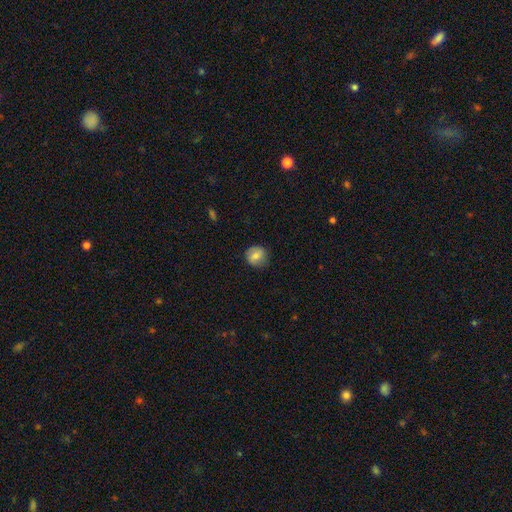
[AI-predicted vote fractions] Smooth or featured?
  - smooth: 75% *
  - featured or disk: 16%
  - star or artifact: 8%
How rounded?
  - round: 86% *
  - in between: 13%
  - cigar-shaped: 1%
Merging?
  - none: 83% *
  - minor disturbance: 13%
  - major disturbance: 3%
  - merger: 1%